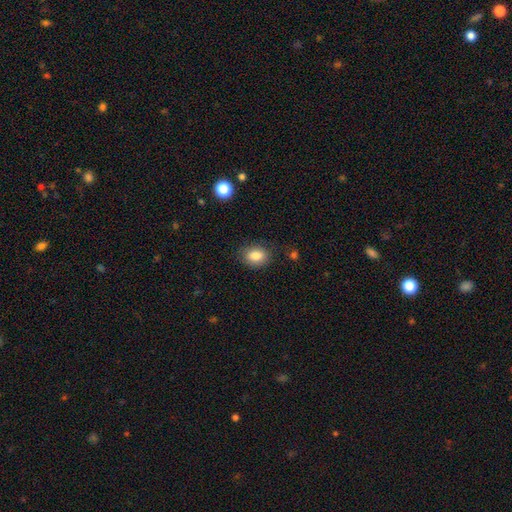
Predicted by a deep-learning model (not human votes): smooth-or-featured: smooth: 85% | star or artifact: 9% | featured or disk: 7%
  how-rounded: in between: 70% | round: 29% | cigar-shaped: 1%
  merging: none: 82% | minor disturbance: 12% | major disturbance: 3% | merger: 2%